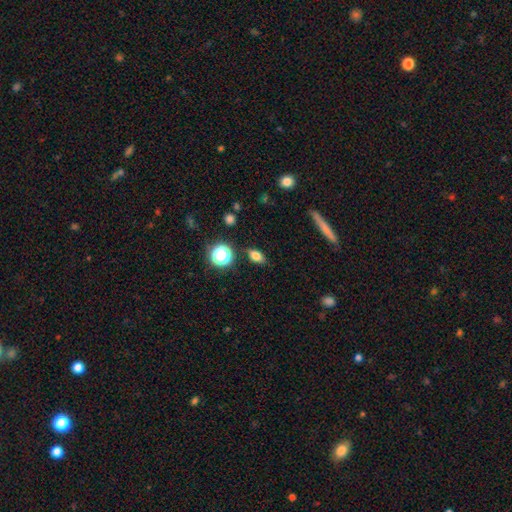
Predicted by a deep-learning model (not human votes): Smooth or featured?
  - smooth: 73% *
  - star or artifact: 15%
  - featured or disk: 12%
How rounded?
  - in between: 74% *
  - round: 18%
  - cigar-shaped: 7%
Merging?
  - none: 84% *
  - minor disturbance: 11%
  - major disturbance: 3%
  - merger: 2%